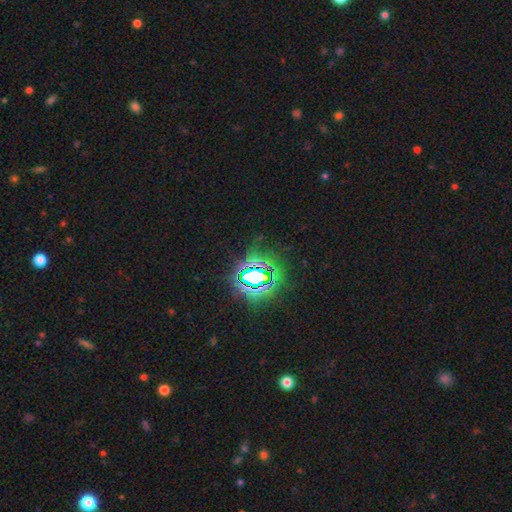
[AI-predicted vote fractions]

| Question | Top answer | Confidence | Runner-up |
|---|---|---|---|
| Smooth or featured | star or artifact | 82% | smooth (11%) |